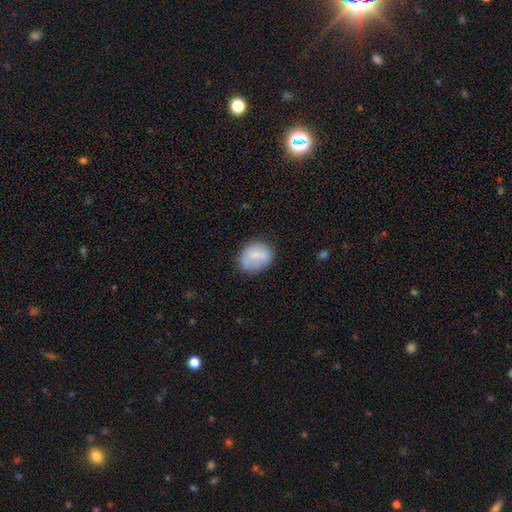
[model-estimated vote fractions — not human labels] Smooth or featured? smooth (74%)
How rounded? round (58%)
Merging? none (67%)